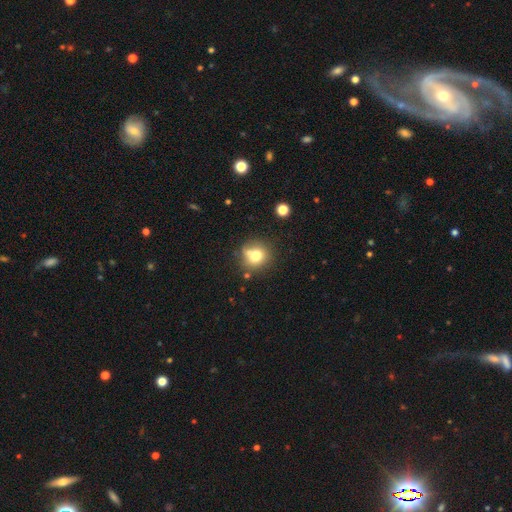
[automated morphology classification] smooth-or-featured: smooth: 73% | featured or disk: 14% | star or artifact: 13%
  how-rounded: round: 86% | in between: 13% | cigar-shaped: 1%
  merging: none: 64% | minor disturbance: 16% | merger: 14% | major disturbance: 6%